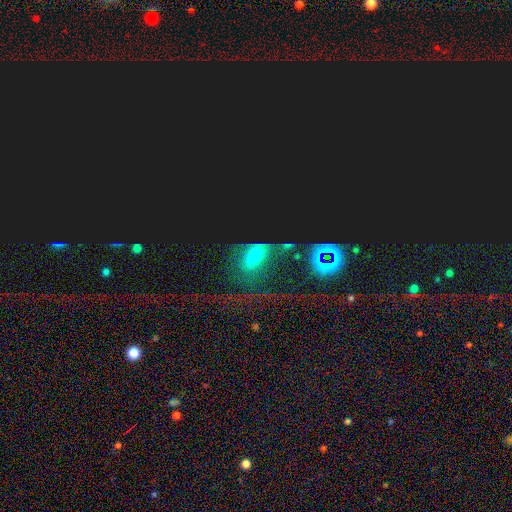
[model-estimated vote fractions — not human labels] Smooth or featured?
  - star or artifact: 38% *
  - featured or disk: 33%
  - smooth: 29%